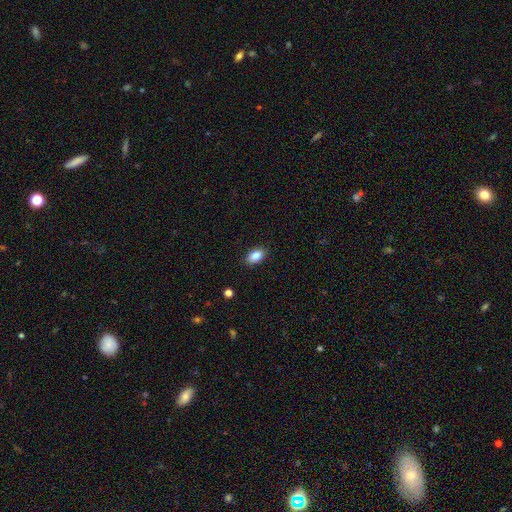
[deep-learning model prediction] A smooth galaxy with no disk features (86%) that is in between round and cigar-shaped (90%). Merging: none (88%).